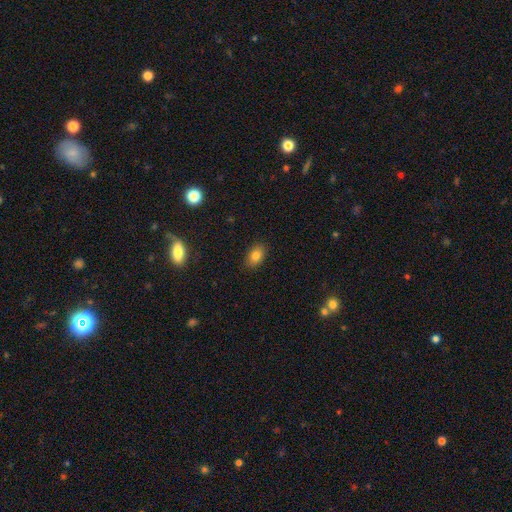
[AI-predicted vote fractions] Smooth or featured? Predicted: smooth (p=0.80). How rounded? Predicted: in between (p=0.84). Merging? Predicted: none (p=0.88).